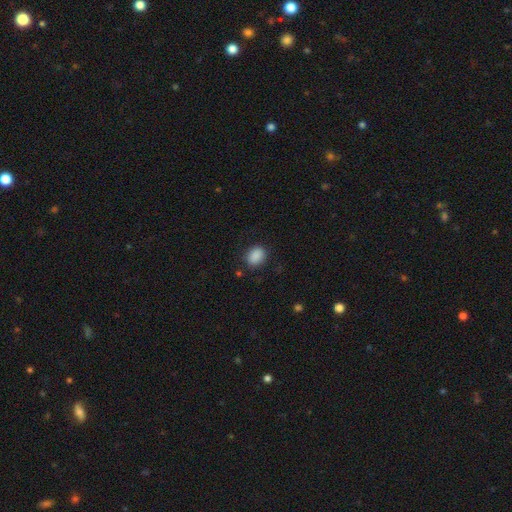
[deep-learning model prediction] Smooth or featured? Predicted: smooth (p=0.88). How rounded? Predicted: in between (p=0.64). Merging? Predicted: none (p=0.84).